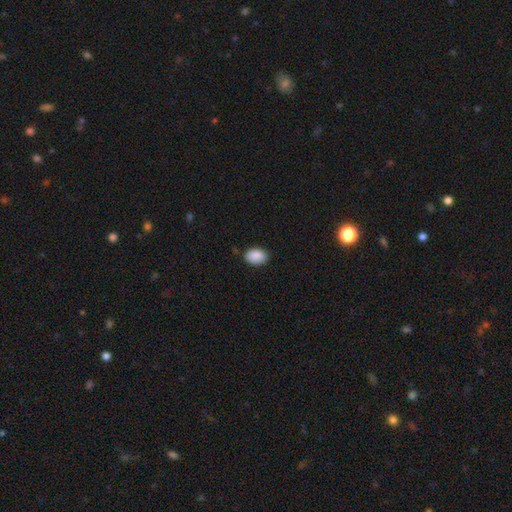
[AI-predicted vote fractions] This appears to be a smooth galaxy with no disk features (89%) that is in between round and cigar-shaped (82%). Merging: none (82%).